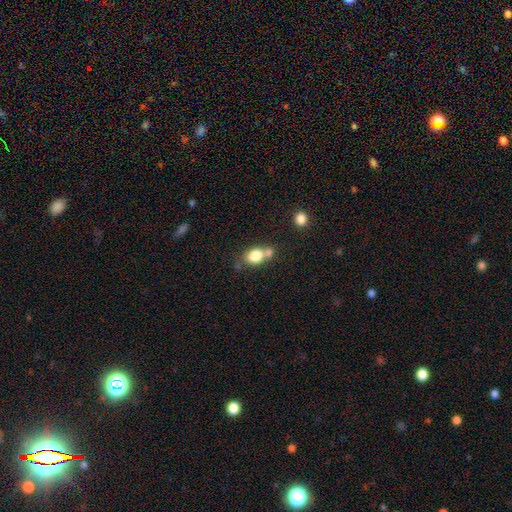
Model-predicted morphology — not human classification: Overall: smooth (80%). How rounded: in between (60%; round 39%). Merging: none (48%; merger 35%).